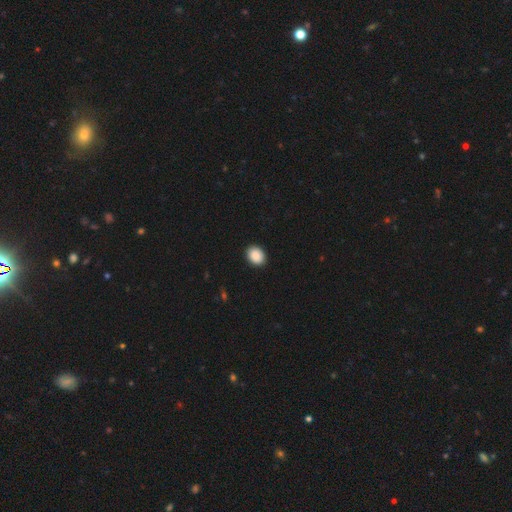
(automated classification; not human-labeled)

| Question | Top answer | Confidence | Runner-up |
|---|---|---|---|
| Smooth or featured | smooth | 89% | star or artifact (8%) |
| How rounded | in between | 60% | round (39%) |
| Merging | none | 91% | minor disturbance (7%) |